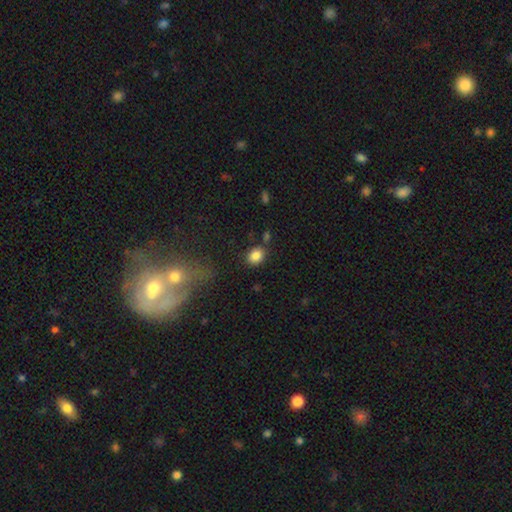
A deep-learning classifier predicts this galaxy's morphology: smooth-or-featured: smooth: 85% | star or artifact: 10% | featured or disk: 5%
  how-rounded: in between: 51% | round: 48% | cigar-shaped: 1%
  merging: none: 78% | minor disturbance: 12% | merger: 6% | major disturbance: 4%